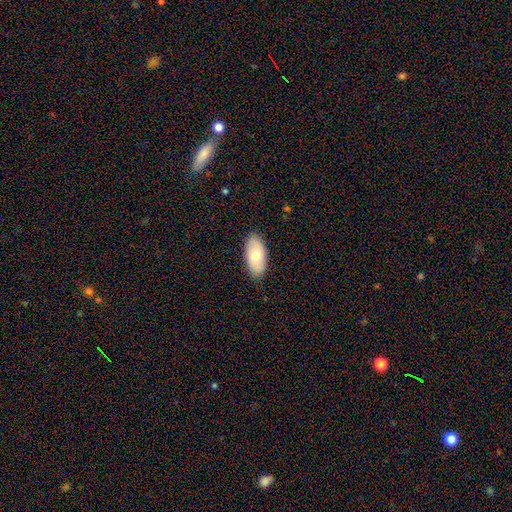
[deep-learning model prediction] This appears to be a smooth galaxy with no disk features (71%) that is in between round and cigar-shaped (93%). Merging: none (87%).